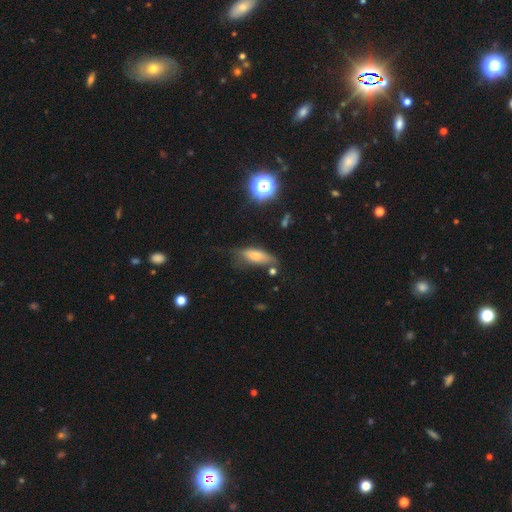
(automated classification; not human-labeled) smooth_or_featured: smooth (p=0.69) [alt: featured or disk p=0.21]
how_rounded: in between (p=0.64) [alt: cigar-shaped p=0.33]
merging: none (p=0.54) [alt: minor disturbance p=0.30]